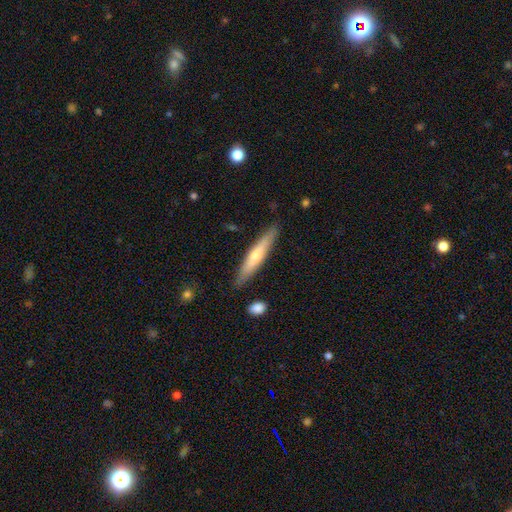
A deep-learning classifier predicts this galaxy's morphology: This is possibly a smooth galaxy (49%). Merging: clearly none (87%).